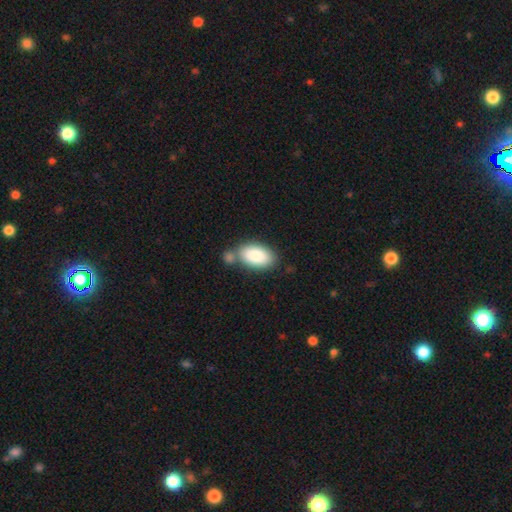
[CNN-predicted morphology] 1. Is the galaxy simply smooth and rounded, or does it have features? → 86% smooth, 8% featured or disk, 6% star or artifact.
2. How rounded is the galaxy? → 94% in between, 4% round, 2% cigar-shaped.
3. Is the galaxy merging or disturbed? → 58% none, 25% merger, 14% minor disturbance, 4% major disturbance.